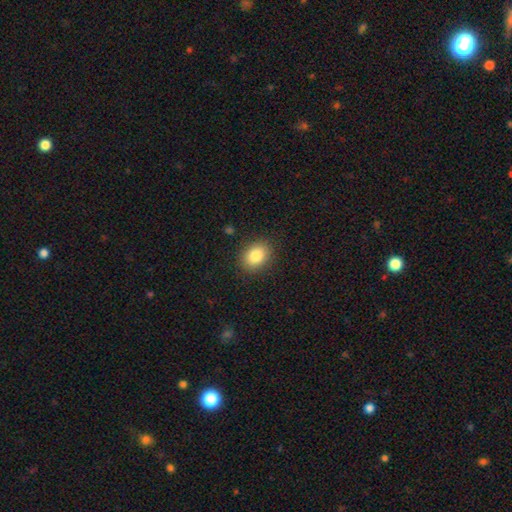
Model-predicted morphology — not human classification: type=smooth (84%); roundness=in between (53%); merging=none (88%).